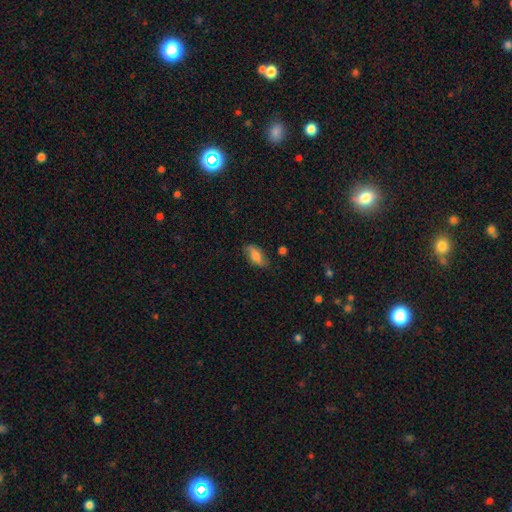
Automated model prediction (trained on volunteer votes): Q: Smooth or featured?
A: smooth (64%); runner-up: featured or disk (28%)
Q: How rounded?
A: in between (85%); runner-up: cigar-shaped (11%)
Q: Merging?
A: none (73%); runner-up: minor disturbance (20%)